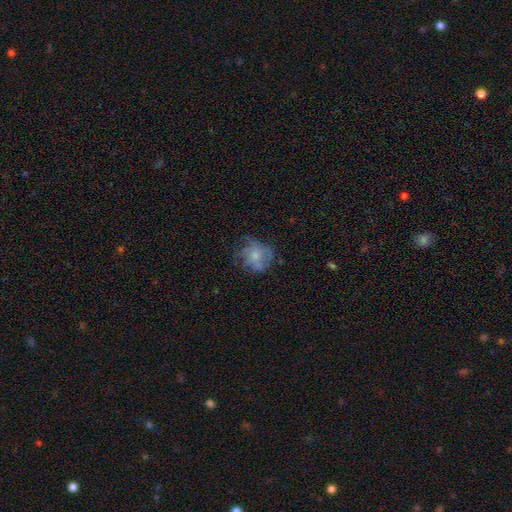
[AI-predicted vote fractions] This is possibly a smooth galaxy (48%). Merging: possibly none (55%).